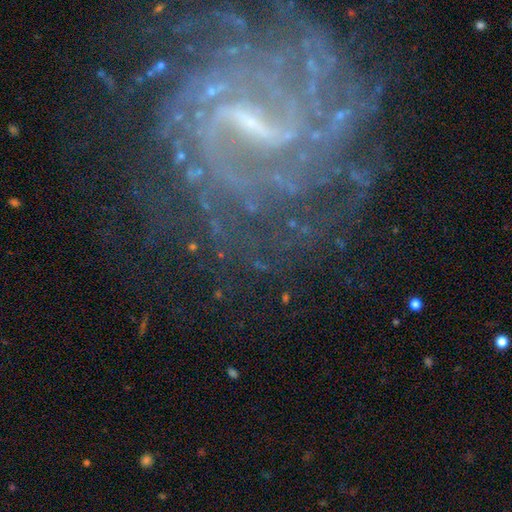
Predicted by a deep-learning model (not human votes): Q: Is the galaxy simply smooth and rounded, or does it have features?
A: featured or disk — 88%.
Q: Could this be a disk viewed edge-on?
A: no — 97%.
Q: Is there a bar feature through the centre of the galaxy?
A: strong — 47%.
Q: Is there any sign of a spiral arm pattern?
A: yes — 95%.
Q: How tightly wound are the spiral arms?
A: tight — 55%.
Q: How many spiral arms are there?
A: can't tell — 32%.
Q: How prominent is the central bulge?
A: small — 61%.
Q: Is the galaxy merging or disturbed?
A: none — 69%.